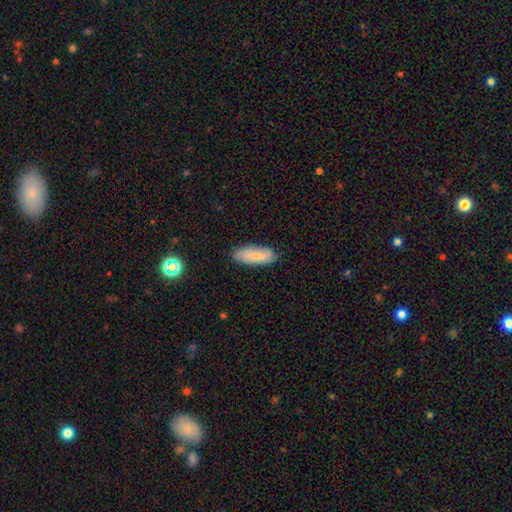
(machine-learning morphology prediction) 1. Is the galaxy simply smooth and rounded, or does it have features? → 66% smooth, 26% featured or disk, 7% star or artifact.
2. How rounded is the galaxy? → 73% in between, 25% cigar-shaped, 2% round.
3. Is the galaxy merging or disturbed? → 81% none, 15% minor disturbance, 3% major disturbance, 1% merger.